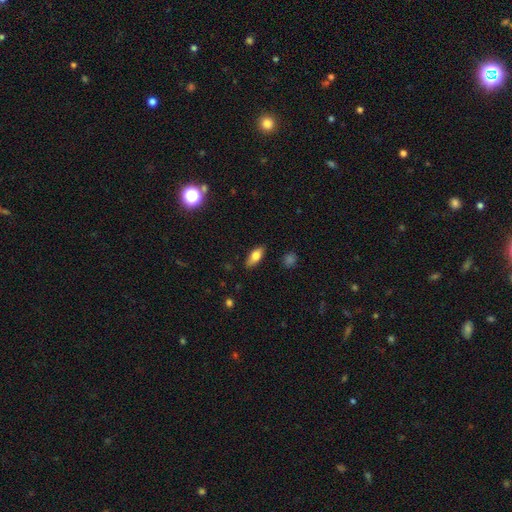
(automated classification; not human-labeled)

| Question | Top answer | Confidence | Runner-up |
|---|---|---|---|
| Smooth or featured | smooth | 72% | featured or disk (20%) |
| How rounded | in between | 77% | cigar-shaped (20%) |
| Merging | none | 86% | minor disturbance (11%) |